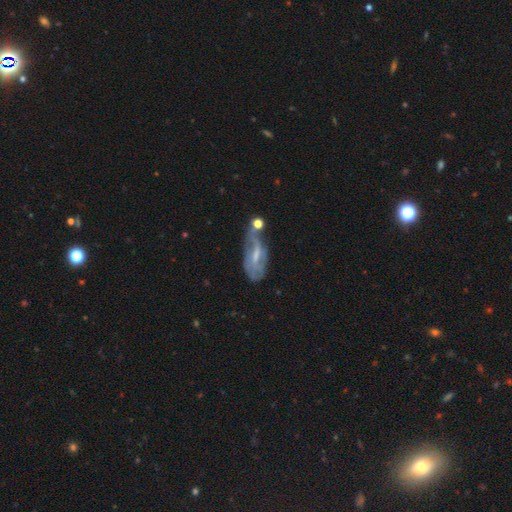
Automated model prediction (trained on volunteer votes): Morphology: type=featured or disk (65%); edge-on=no (87%); bar=weak (48%); spiral arms=yes (65%); bulge=small (45%); merging=none (36%).